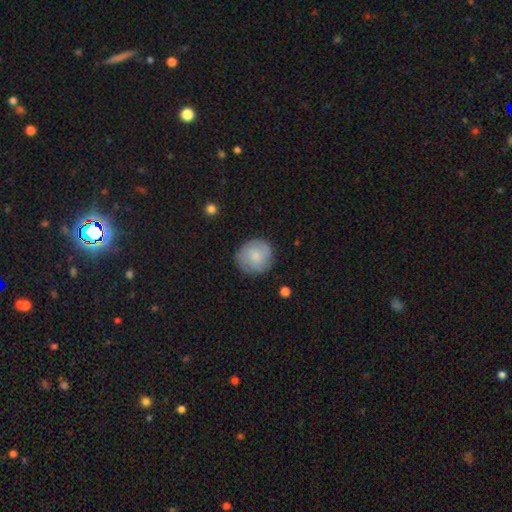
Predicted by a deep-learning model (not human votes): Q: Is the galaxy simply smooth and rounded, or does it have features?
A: smooth — 71%.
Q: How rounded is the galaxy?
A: round — 90%.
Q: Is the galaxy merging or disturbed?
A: none — 83%.